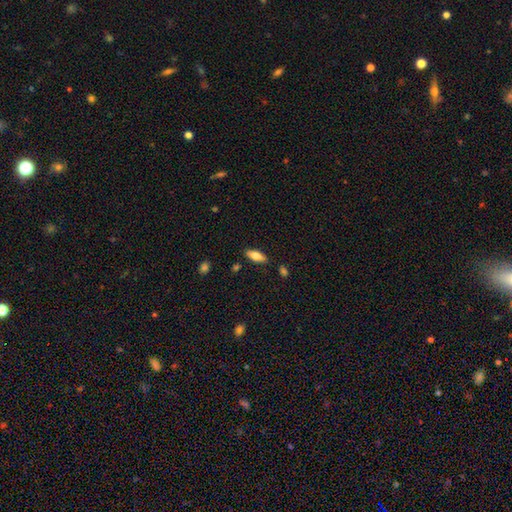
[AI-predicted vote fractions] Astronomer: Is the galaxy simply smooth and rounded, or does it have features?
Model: smooth — 73%.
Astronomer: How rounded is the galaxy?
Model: in between — 73%.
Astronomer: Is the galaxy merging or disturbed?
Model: none — 86%.